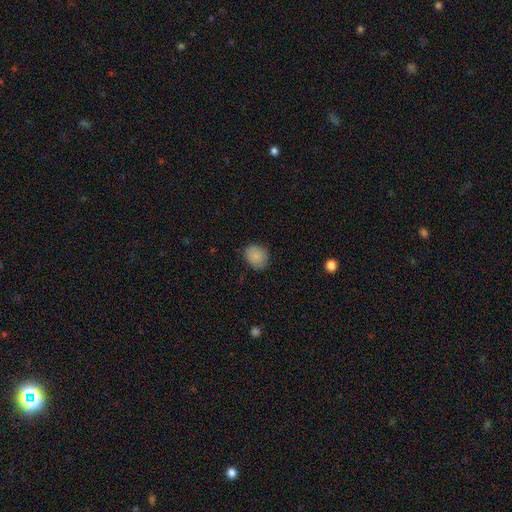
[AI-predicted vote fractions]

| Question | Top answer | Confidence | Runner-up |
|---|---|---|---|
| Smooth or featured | smooth | 87% | star or artifact (8%) |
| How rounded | round | 61% | in between (39%) |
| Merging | none | 80% | minor disturbance (15%) |